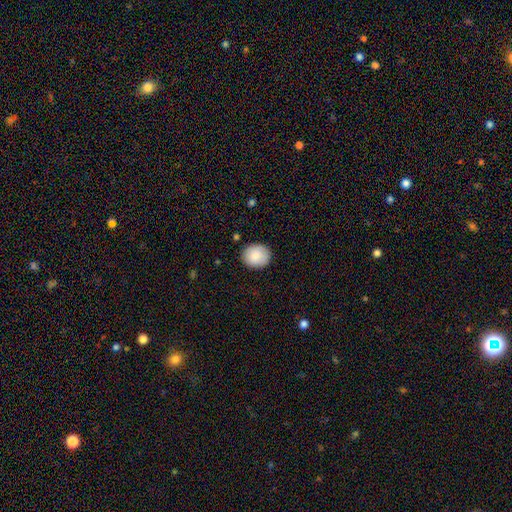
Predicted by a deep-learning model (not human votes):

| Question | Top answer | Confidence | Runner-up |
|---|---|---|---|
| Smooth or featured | smooth | 88% | star or artifact (7%) |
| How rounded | round | 65% | in between (34%) |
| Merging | none | 88% | minor disturbance (9%) |